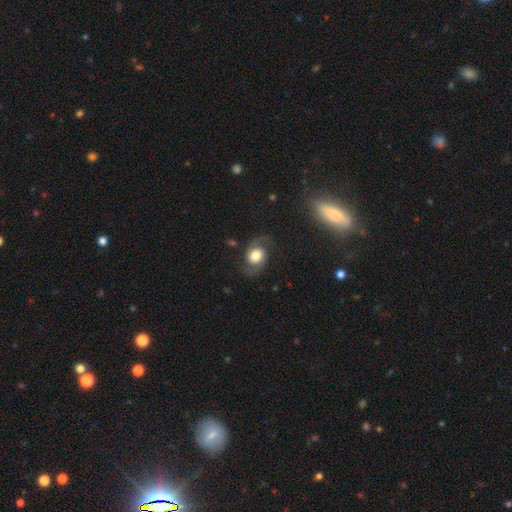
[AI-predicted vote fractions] This appears to be a featured or disk galaxy (74%) with no bar (64%), 2 (93%) medium (47%) spiral arms (93%) and a large central bulge (46%). Merging: none (77%).